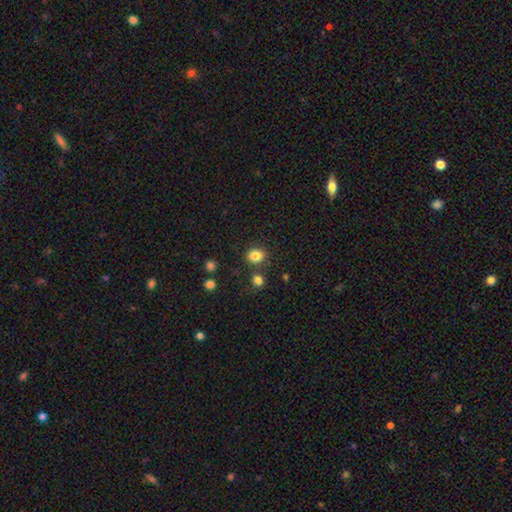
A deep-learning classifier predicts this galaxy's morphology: This appears to be a smooth galaxy with no disk features (84%) that is round (56%). Merging: none (79%).